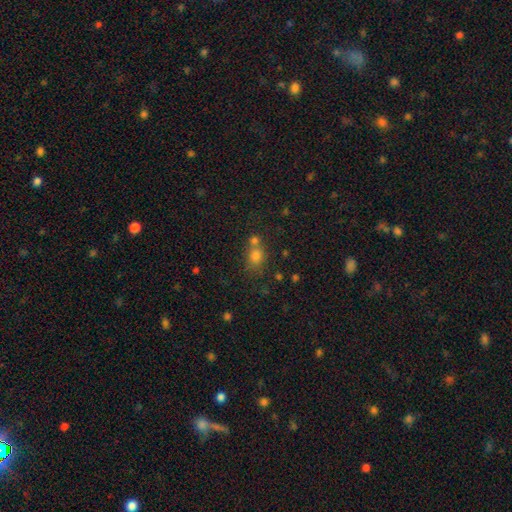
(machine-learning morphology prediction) smooth 73%, star or artifact 18%, featured or disk 9%. Down the decision tree: how rounded — round (67%); merging — none (51%).